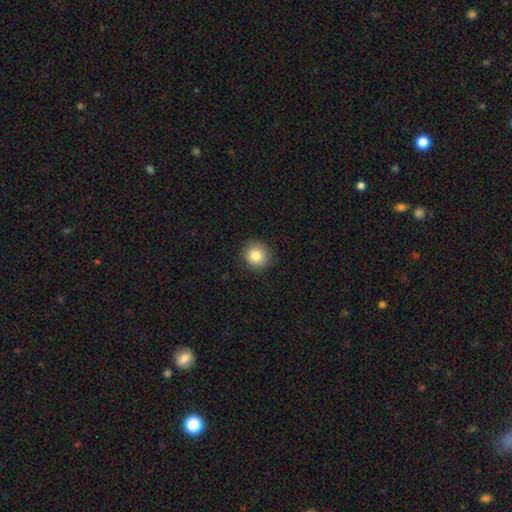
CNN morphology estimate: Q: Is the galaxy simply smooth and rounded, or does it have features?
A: smooth — 85%.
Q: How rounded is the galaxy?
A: round — 91%.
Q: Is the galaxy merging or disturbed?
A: none — 90%.